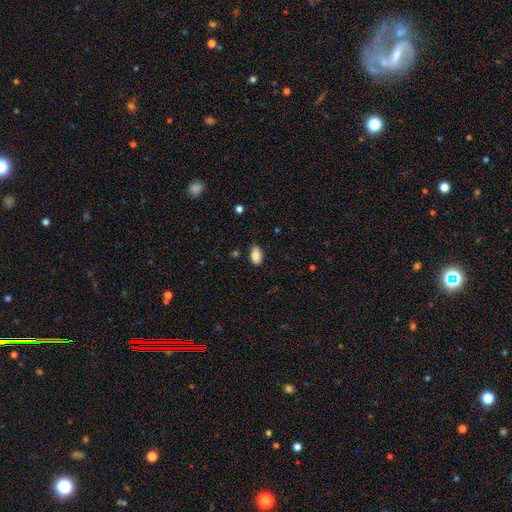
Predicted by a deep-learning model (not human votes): Smooth or featured?
  - smooth: 82% *
  - featured or disk: 10%
  - star or artifact: 8%
How rounded?
  - in between: 92% *
  - round: 6%
  - cigar-shaped: 2%
Merging?
  - none: 78% *
  - minor disturbance: 17%
  - major disturbance: 3%
  - merger: 2%